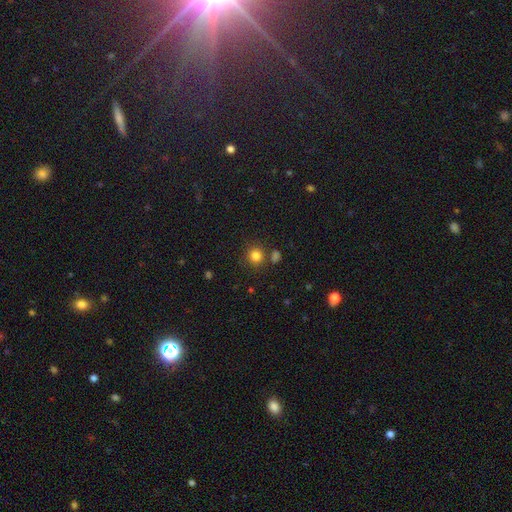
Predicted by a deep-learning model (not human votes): The model was most divided on "smooth or featured": smooth: 82%, star or artifact: 13%, featured or disk: 5%. More confident: how rounded — round (89%); merging — none (79%).